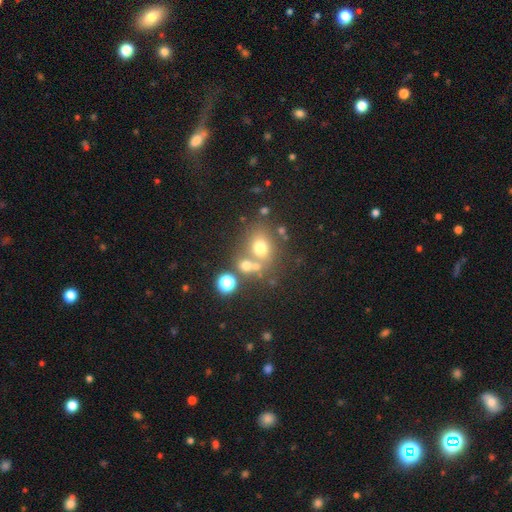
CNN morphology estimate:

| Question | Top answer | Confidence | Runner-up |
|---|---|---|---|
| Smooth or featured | smooth | 53% | star or artifact (28%) |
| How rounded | round | 67% | in between (32%) |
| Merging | none | 50% | merger (32%) |